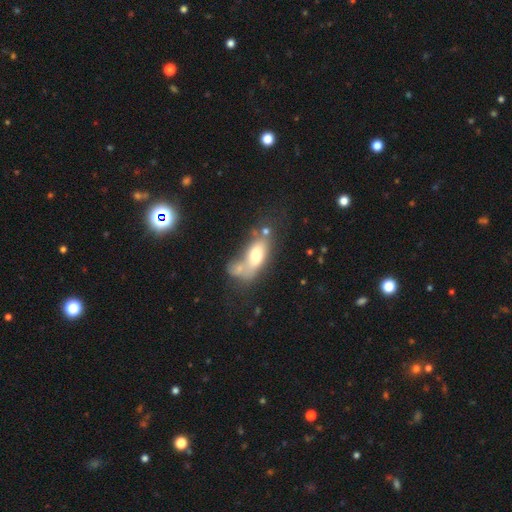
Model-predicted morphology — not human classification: smooth-or-featured: smooth: 59% | featured or disk: 30% | star or artifact: 12%
  how-rounded: in between: 79% | cigar-shaped: 14% | round: 7%
  merging: merger: 44% | none: 24% | major disturbance: 17% | minor disturbance: 15%